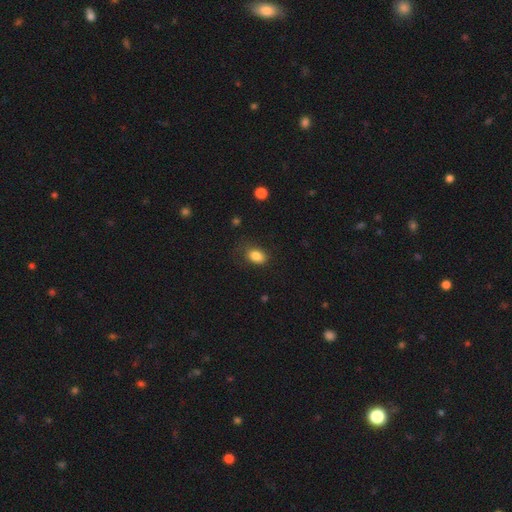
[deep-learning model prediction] Q: Smooth or featured?
A: smooth (85%); runner-up: star or artifact (9%)
Q: How rounded?
A: in between (79%); runner-up: round (19%)
Q: Merging?
A: none (69%); runner-up: minor disturbance (22%)